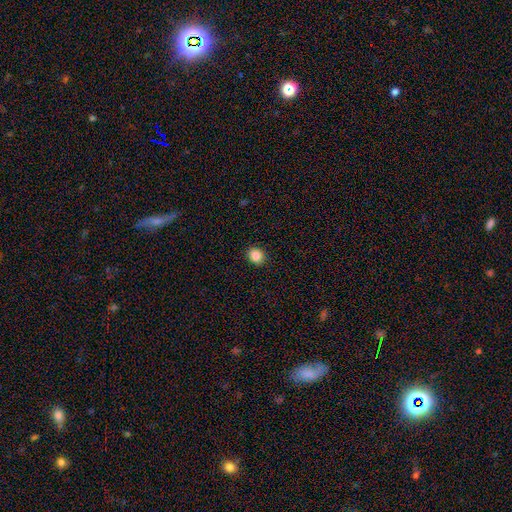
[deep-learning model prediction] smooth_or_featured: smooth (p=0.86) [alt: star or artifact p=0.10]
how_rounded: round (p=0.65) [alt: in between p=0.34]
merging: none (p=0.90) [alt: minor disturbance p=0.07]